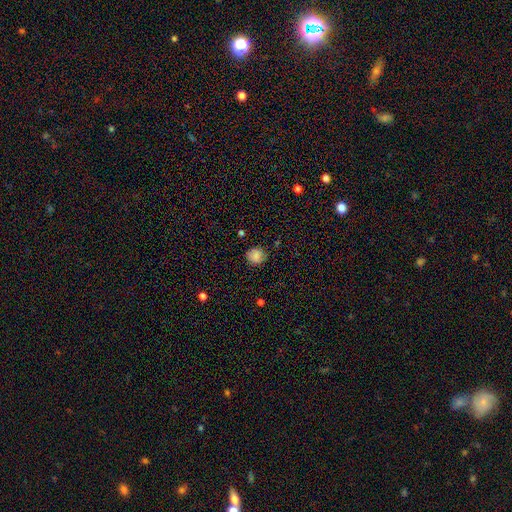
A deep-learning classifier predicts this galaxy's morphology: The model was most divided on "how rounded": round: 79%, in between: 20%, cigar-shaped: 1%. More confident: smooth or featured — smooth (81%); merging — none (81%).